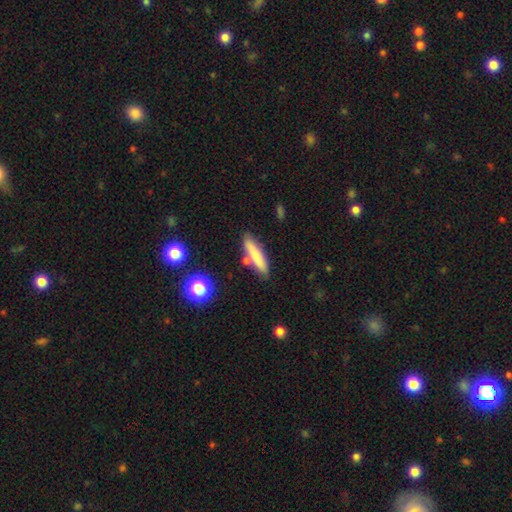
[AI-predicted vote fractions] smooth_or_featured: smooth (p=0.73) [alt: featured or disk p=0.19]
how_rounded: cigar-shaped (p=0.79) [alt: in between p=0.19]
merging: none (p=0.75) [alt: minor disturbance p=0.13]